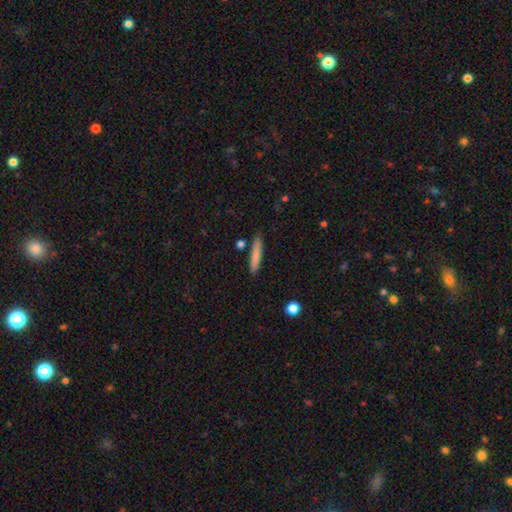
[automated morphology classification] smooth-or-featured: smooth: 80% | featured or disk: 14% | star or artifact: 6%
  how-rounded: cigar-shaped: 90% | in between: 8% | round: 1%
  merging: none: 85% | minor disturbance: 9% | merger: 3% | major disturbance: 2%